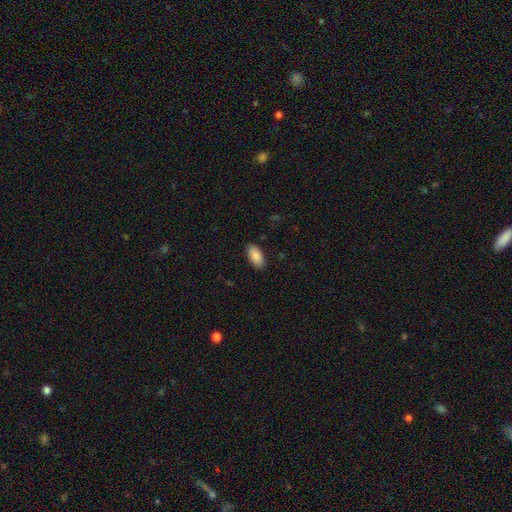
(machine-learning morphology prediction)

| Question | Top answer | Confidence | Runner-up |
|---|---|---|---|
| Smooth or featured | smooth | 89% | star or artifact (6%) |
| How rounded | in between | 94% | cigar-shaped (4%) |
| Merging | none | 89% | minor disturbance (8%) |